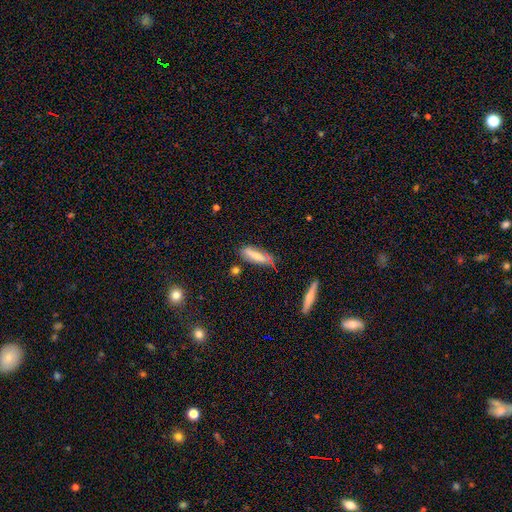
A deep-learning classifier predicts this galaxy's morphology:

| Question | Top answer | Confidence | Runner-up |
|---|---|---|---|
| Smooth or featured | smooth | 63% | featured or disk (29%) |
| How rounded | cigar-shaped | 51% | in between (47%) |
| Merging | none | 59% | minor disturbance (26%) |